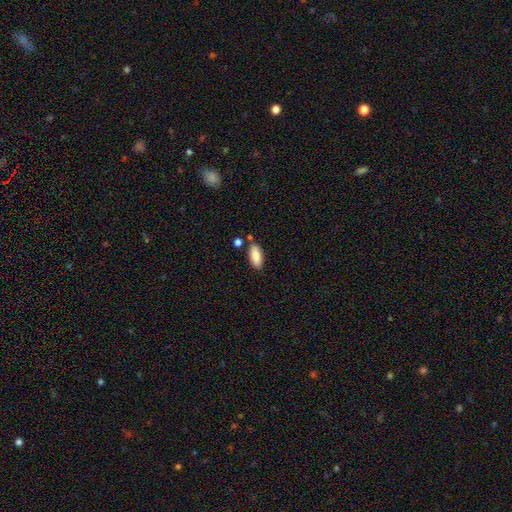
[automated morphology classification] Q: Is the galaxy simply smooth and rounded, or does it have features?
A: smooth — 86%.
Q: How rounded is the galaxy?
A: in between — 87%.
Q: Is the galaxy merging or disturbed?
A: none — 81%.